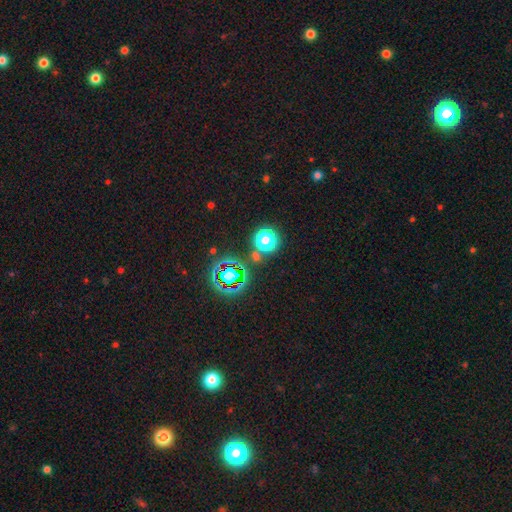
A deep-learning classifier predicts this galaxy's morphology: This appears to be a star or artifact, not a galaxy (48%).